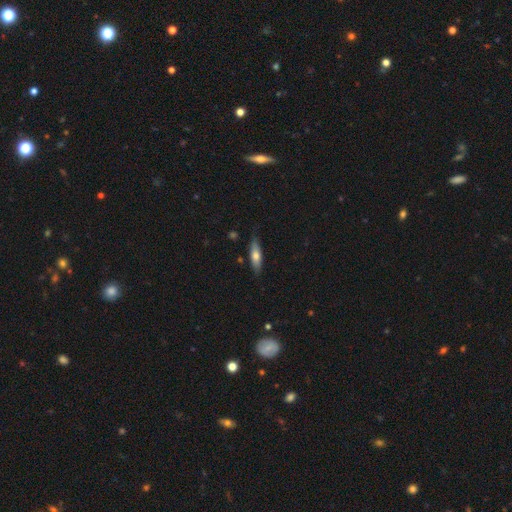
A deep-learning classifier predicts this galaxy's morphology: Smooth or featured? smooth (62%)
How rounded? cigar-shaped (55%)
Merging? none (81%)